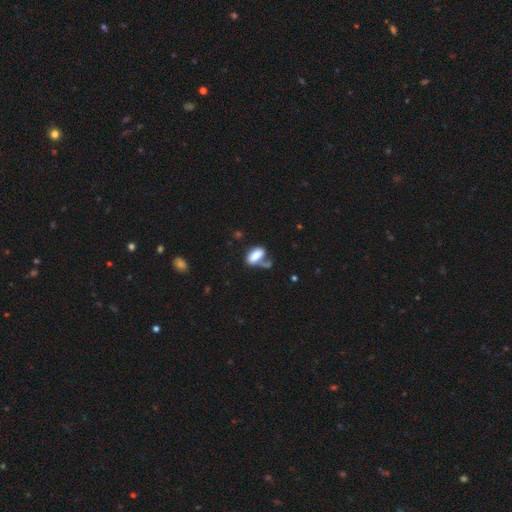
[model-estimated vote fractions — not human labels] Morphology: type=smooth (79%); roundness=in between (88%); merging=none (39%).